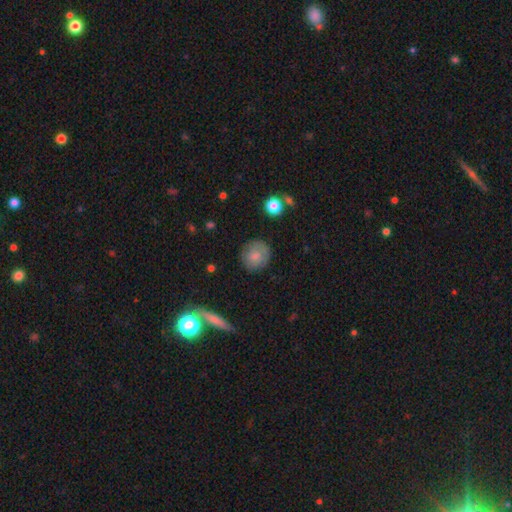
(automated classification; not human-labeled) A smooth galaxy with no disk features (69%) that is round (86%). Merging: none (80%).